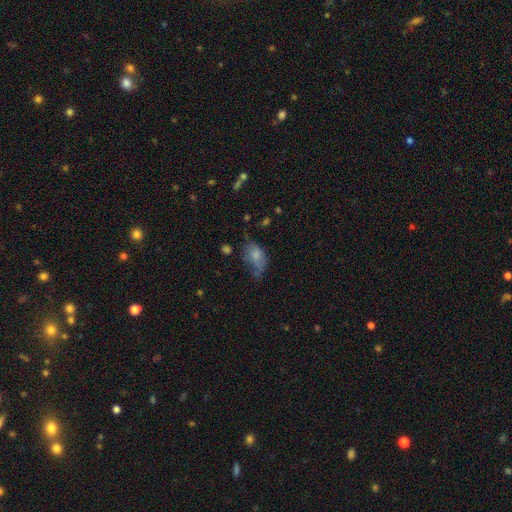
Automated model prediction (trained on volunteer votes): A smooth galaxy with no disk features (69%) that is in between round and cigar-shaped (88%). Merging: minor disturbance (34%).